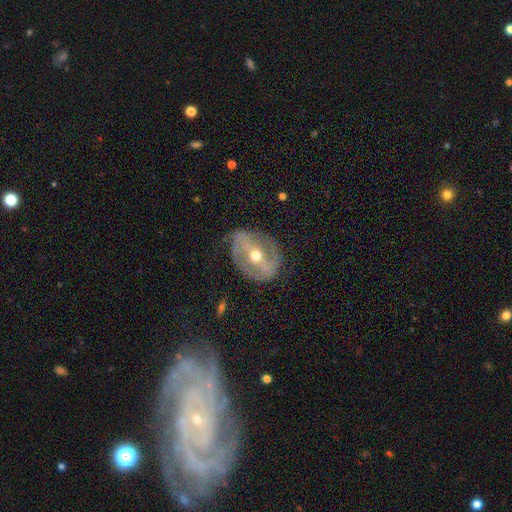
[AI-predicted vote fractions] featured or disk 78%, smooth 15%, star or artifact 6%. Down the decision tree: edge-on disk — no (91%); bar — strong (53%); spiral arms — yes (63%); bulge size — moderate (71%); merging — none (68%).